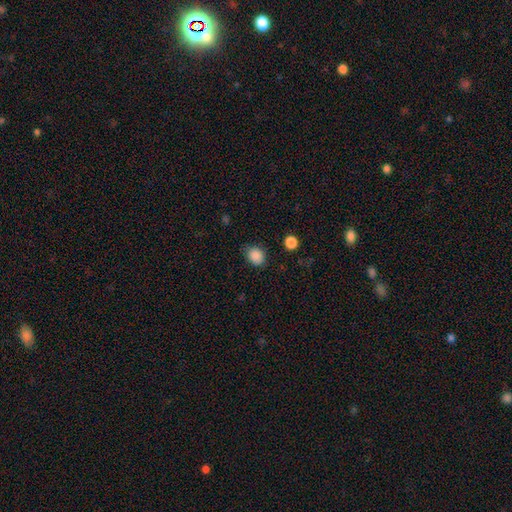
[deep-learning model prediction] Smooth or featured?
  - smooth: 87% *
  - star or artifact: 10%
  - featured or disk: 3%
How rounded?
  - round: 54% *
  - in between: 46%
  - cigar-shaped: 1%
Merging?
  - none: 77% *
  - minor disturbance: 17%
  - major disturbance: 4%
  - merger: 2%